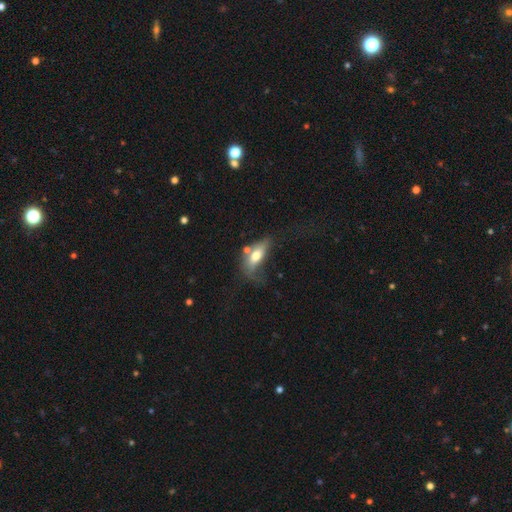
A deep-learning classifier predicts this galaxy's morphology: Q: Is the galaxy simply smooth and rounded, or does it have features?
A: smooth — 63%.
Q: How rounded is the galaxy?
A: in between — 78%.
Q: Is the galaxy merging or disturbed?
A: none — 28%, tied with major disturbance.